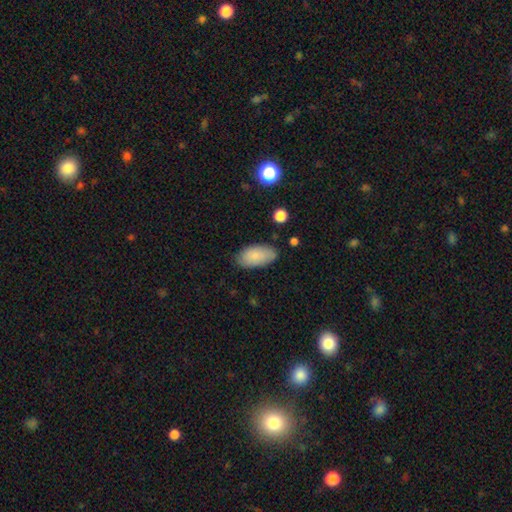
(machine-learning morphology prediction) Smooth or featured?
  - smooth: 83% *
  - featured or disk: 10%
  - star or artifact: 7%
How rounded?
  - in between: 94% *
  - cigar-shaped: 3%
  - round: 3%
Merging?
  - none: 80% *
  - minor disturbance: 16%
  - major disturbance: 3%
  - merger: 2%